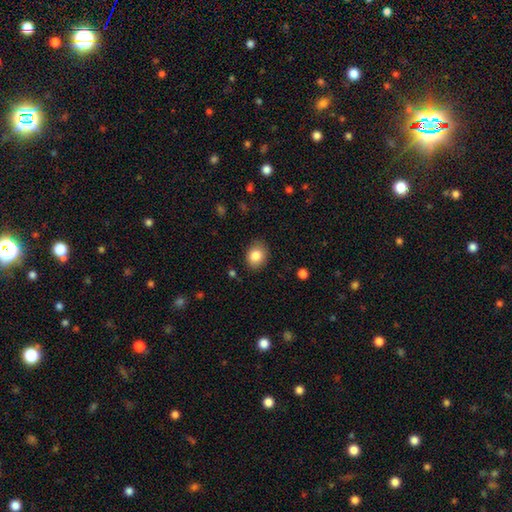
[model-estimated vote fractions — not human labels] A smooth galaxy with no disk features (84%) that is round (53%). Merging: none (85%).